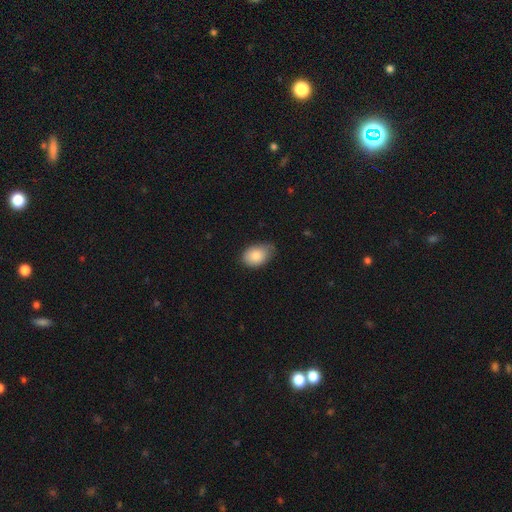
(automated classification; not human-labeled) This is clearly a smooth galaxy (85%). How rounded: clearly in between (83%). Merging: possibly none (58%).